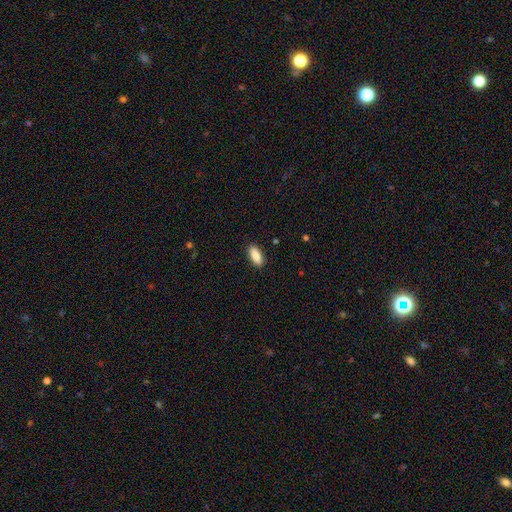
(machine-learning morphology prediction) smooth 86%, featured or disk 7%, star or artifact 6%. Down the decision tree: how rounded — in between (81%); merging — none (89%).